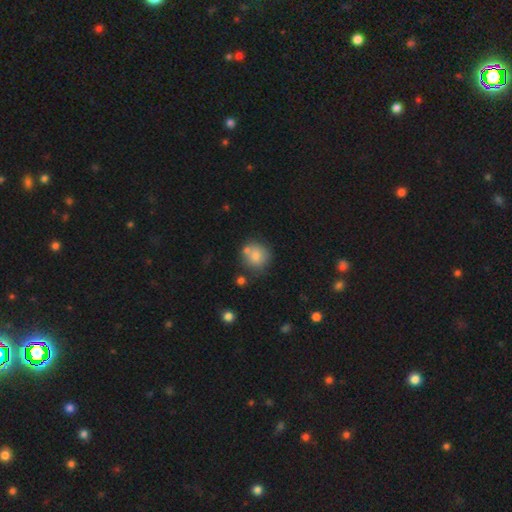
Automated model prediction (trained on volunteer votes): Smooth or featured: smooth — 78% (featured or disk — 12%)
How rounded: round — 87% (in between — 12%)
Merging: none — 63% (merger — 18%)